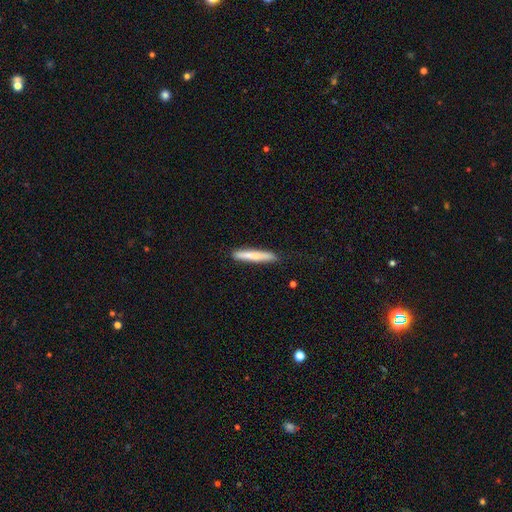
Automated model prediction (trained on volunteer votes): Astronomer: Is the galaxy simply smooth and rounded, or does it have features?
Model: smooth — 70%.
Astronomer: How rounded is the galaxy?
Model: cigar-shaped — 94%.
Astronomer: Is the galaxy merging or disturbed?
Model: none — 86%.